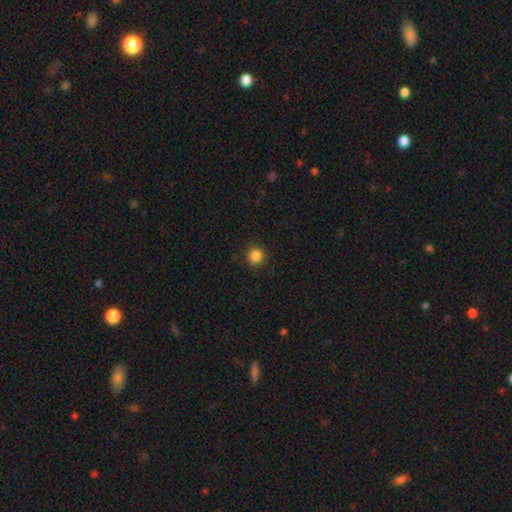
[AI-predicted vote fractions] smooth 86%, star or artifact 11%, featured or disk 3%. Down the decision tree: how rounded — round (93%); merging — none (90%).